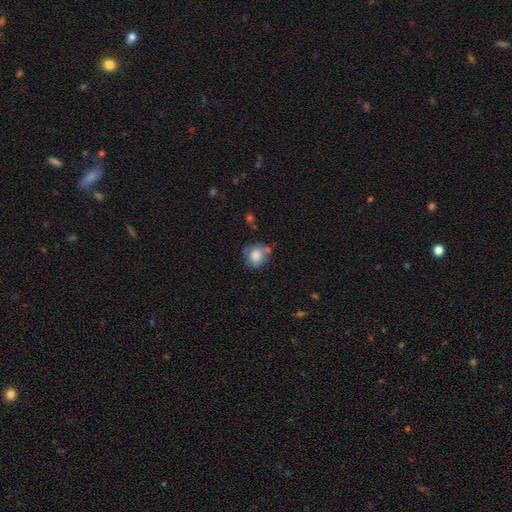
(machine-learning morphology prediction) A smooth galaxy with no disk features (78%) that is round (74%). Merging: none (57%).